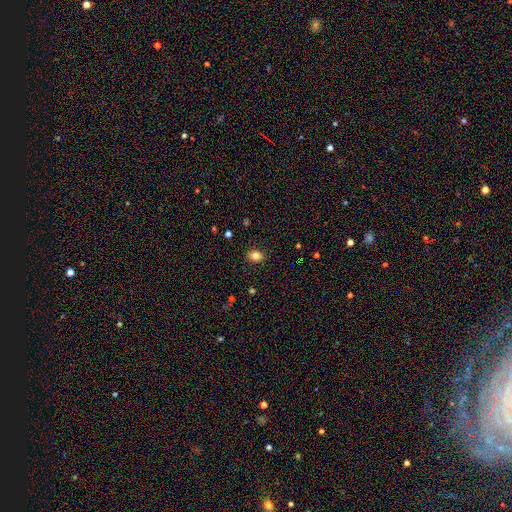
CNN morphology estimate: Overall: smooth (82%). How rounded: in between (65%; round 34%). Merging: none (88%).